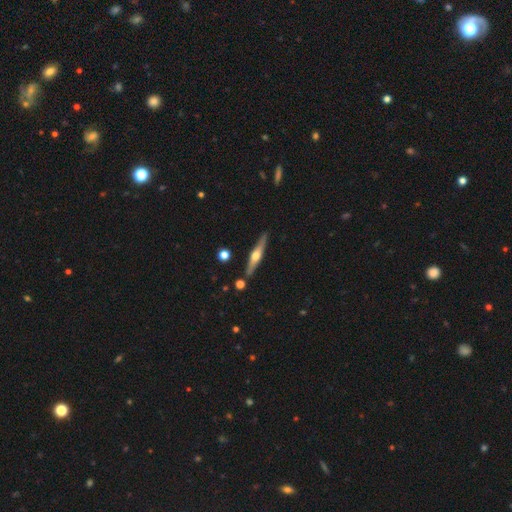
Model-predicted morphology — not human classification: The model was most divided on "smooth or featured": featured or disk: 69%, smooth: 25%, star or artifact: 5%. More confident: edge-on disk — yes (97%); edge-on bulge — rounded (93%); merging — none (87%).